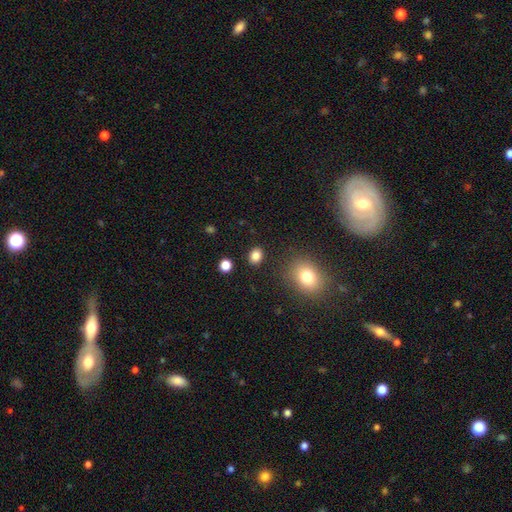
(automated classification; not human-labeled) Q: Smooth or featured?
A: smooth (84%); runner-up: star or artifact (11%)
Q: How rounded?
A: in between (54%); runner-up: round (45%)
Q: Merging?
A: none (87%); runner-up: minor disturbance (8%)